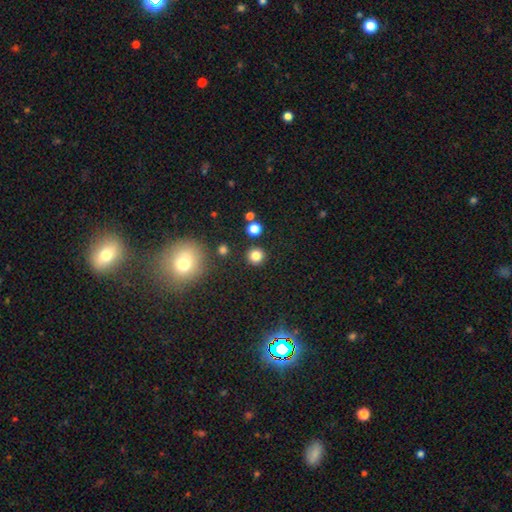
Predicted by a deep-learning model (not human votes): Overall: smooth (82%). How rounded: round (93%). Merging: none (89%).